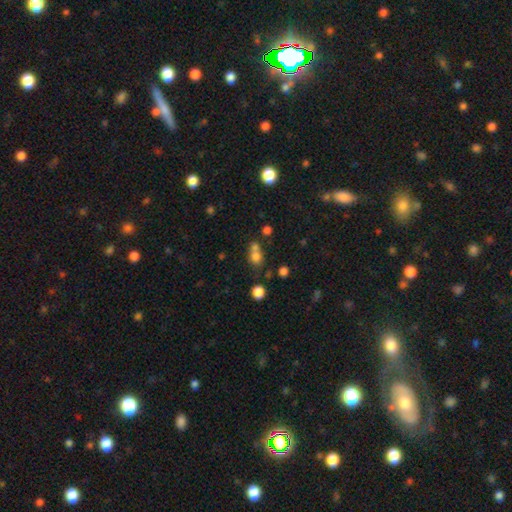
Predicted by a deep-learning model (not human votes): A smooth galaxy with no disk features (73%) that is round (59%). Merging: merger (46%).